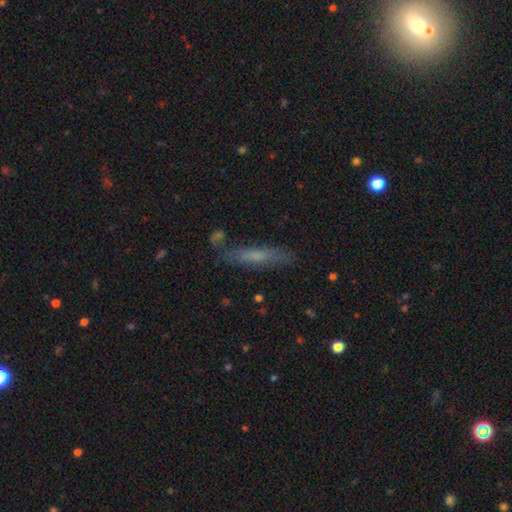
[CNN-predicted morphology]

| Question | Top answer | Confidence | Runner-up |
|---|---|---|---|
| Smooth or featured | smooth | 57% | featured or disk (34%) |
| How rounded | cigar-shaped | 84% | in between (14%) |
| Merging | none | 75% | minor disturbance (16%) |